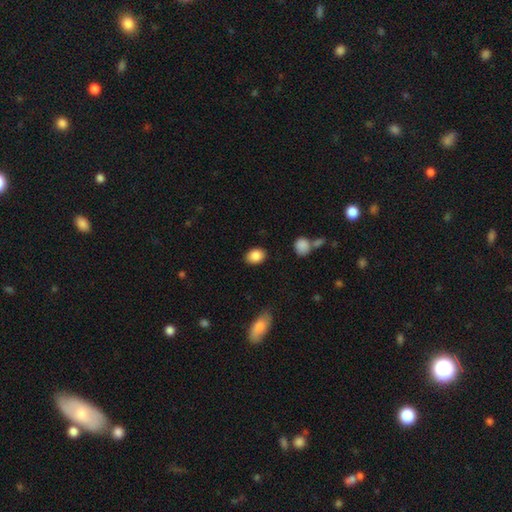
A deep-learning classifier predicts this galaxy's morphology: This appears to be a smooth galaxy with no disk features (87%) that is in between round and cigar-shaped (71%). Merging: none (85%).